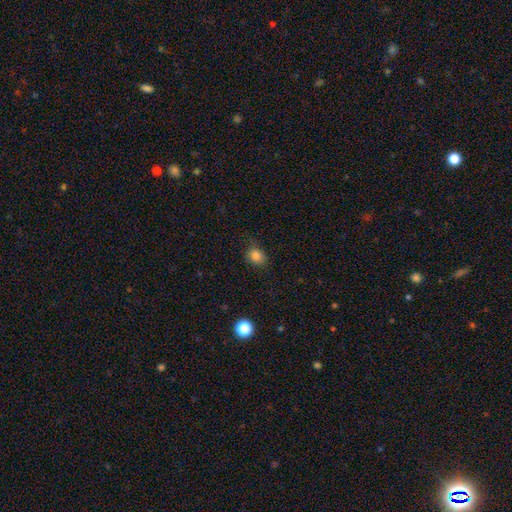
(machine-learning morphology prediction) This is clearly a smooth galaxy (82%). How rounded: possibly round (58%). Merging: likely none (74%).